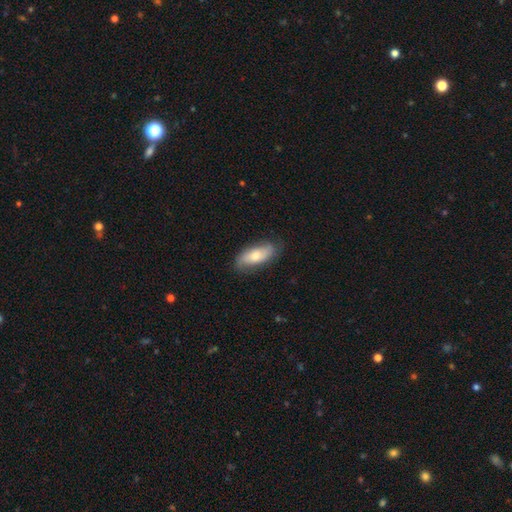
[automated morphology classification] The model was most divided on "smooth or featured": smooth: 62%, featured or disk: 32%, star or artifact: 6%. More confident: how rounded — in between (79%); merging — none (76%).